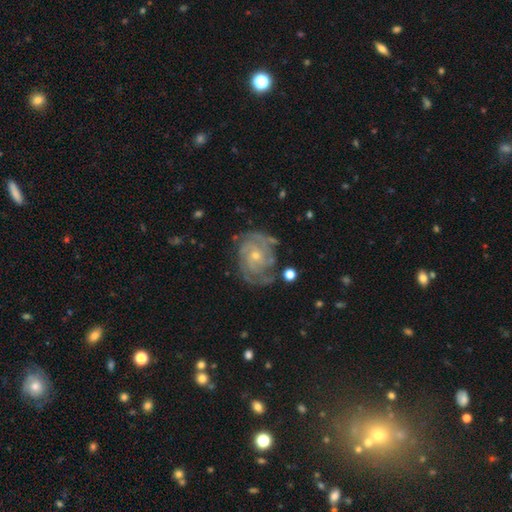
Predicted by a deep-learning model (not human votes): smooth-or-featured: featured or disk: 88% | smooth: 7% | star or artifact: 6%
  disk-edge-on: no: 98% | yes: 2%
    bar: no: 70% | weak: 25% | strong: 5%
    has-spiral-arms: yes: 97% | no: 3%
      spiral-winding: tight: 67% | medium: 28% | loose: 5%
      spiral-arm-count: 3: 28% | 2: 26% | can't tell: 21% | 4: 13% | more than 4: 6% | 1: 6%
    bulge-size: small: 71% | moderate: 26% | none: 1% | large: 1% | dominant: 1%
  merging: none: 69% | minor disturbance: 20% | major disturbance: 8% | merger: 3%